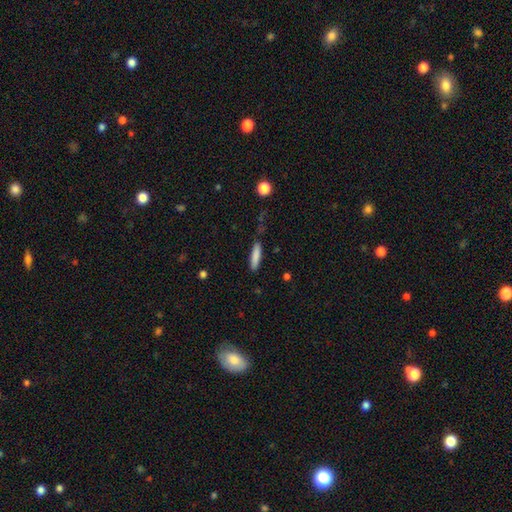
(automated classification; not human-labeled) Smooth or featured: smooth — 84% (featured or disk — 10%)
How rounded: cigar-shaped — 81% (in between — 17%)
Merging: none — 84% (minor disturbance — 12%)